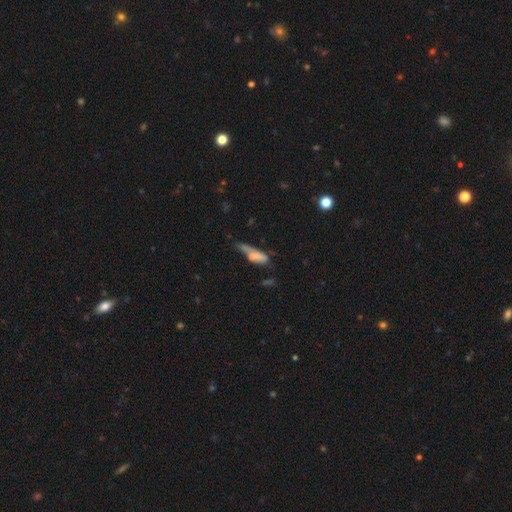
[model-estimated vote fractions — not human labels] smooth-or-featured: smooth: 63% | featured or disk: 27% | star or artifact: 10%
  how-rounded: in between: 49% | cigar-shaped: 48% | round: 3%
  merging: minor disturbance: 29% | none: 27% | major disturbance: 27% | merger: 17%